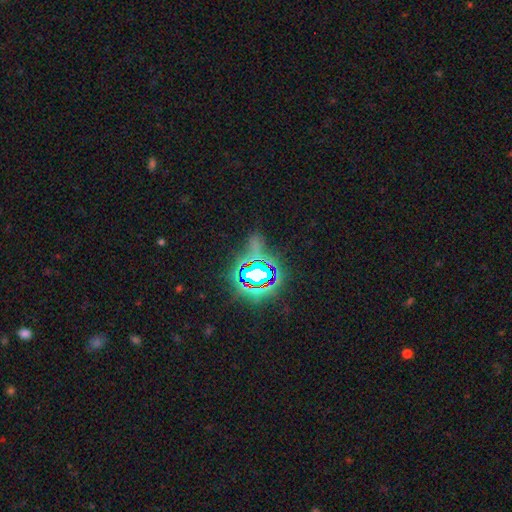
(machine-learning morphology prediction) A star or artifact, not a galaxy (82%).